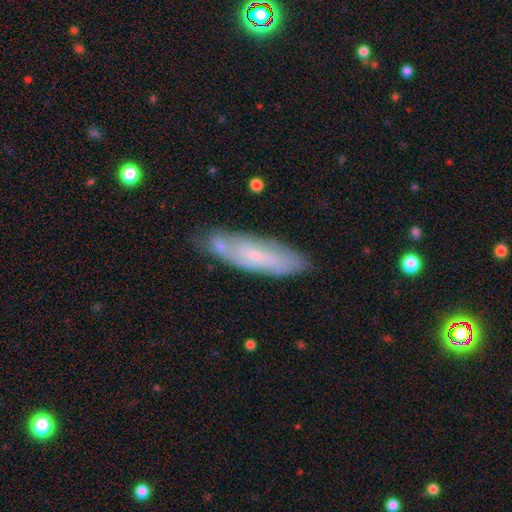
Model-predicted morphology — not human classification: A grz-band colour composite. It shows a smooth galaxy with no disk features (50%). Merging: none (72%).